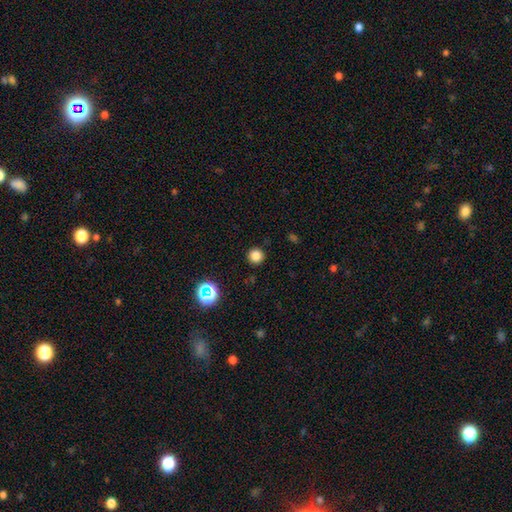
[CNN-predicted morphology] Smooth or featured: smooth — 81% (star or artifact — 15%)
How rounded: round — 95% (in between — 4%)
Merging: none — 92% (minor disturbance — 5%)